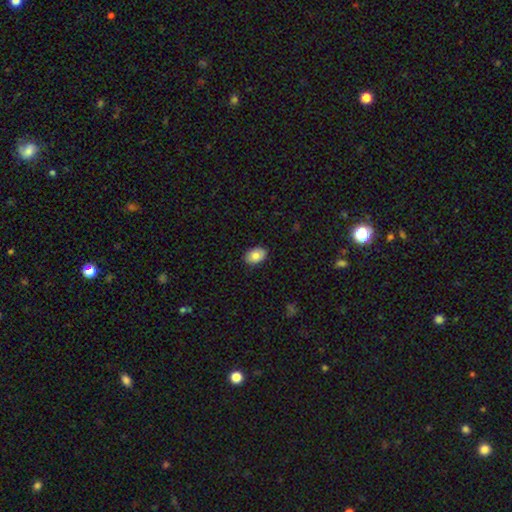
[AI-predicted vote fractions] Smooth or featured: smooth — 82% (featured or disk — 10%)
How rounded: in between — 82% (round — 17%)
Merging: none — 88% (minor disturbance — 9%)